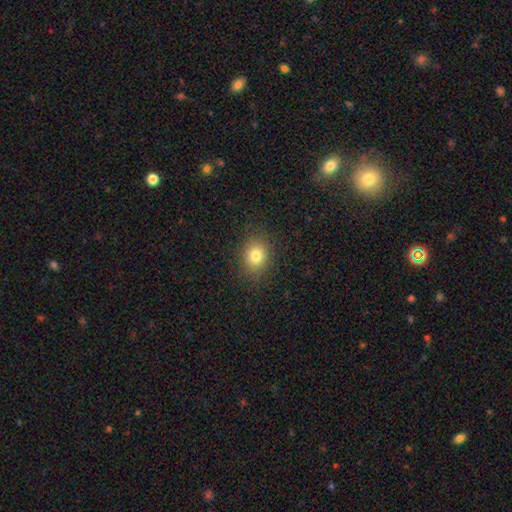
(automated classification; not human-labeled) Q: Smooth or featured?
A: smooth (79%); runner-up: star or artifact (12%)
Q: How rounded?
A: round (62%); runner-up: in between (37%)
Q: Merging?
A: none (88%); runner-up: minor disturbance (8%)